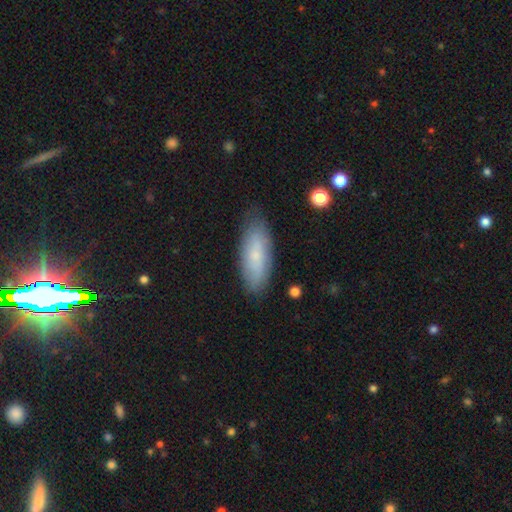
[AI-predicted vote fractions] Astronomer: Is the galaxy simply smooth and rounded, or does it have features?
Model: smooth — 65%.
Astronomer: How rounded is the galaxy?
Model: in between — 70%.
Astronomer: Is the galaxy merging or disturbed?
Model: none — 80%.